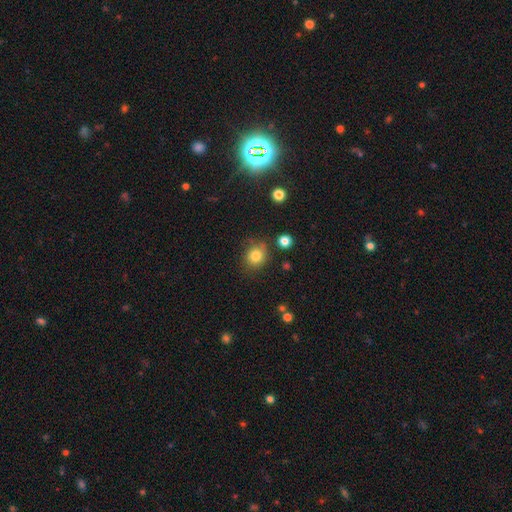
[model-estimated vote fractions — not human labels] Smooth or featured? smooth (81%)
How rounded? round (72%)
Merging? none (75%)